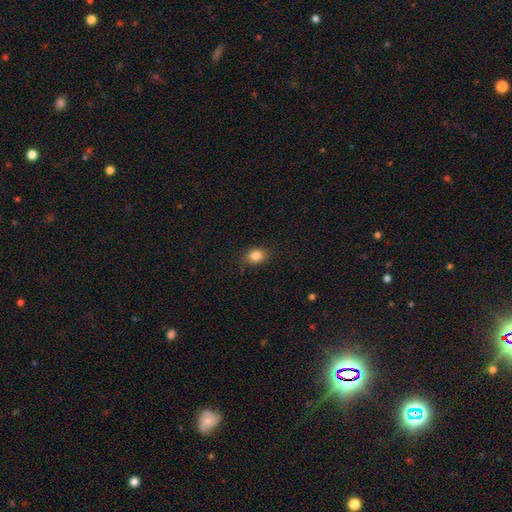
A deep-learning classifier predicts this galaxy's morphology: Overall: smooth (84%). How rounded: in between (58%; round 40%). Merging: none (79%).